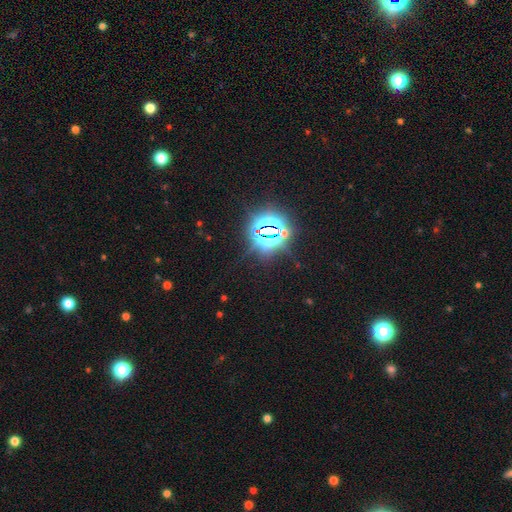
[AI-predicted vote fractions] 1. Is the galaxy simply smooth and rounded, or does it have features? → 81% star or artifact, 13% smooth, 6% featured or disk.